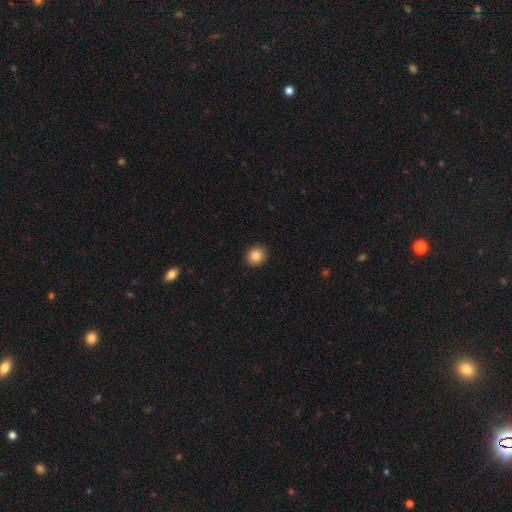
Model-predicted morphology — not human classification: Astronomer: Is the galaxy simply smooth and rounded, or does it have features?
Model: smooth — 85%.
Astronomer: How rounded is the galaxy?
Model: round — 84%.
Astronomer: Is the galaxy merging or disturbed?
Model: none — 92%.